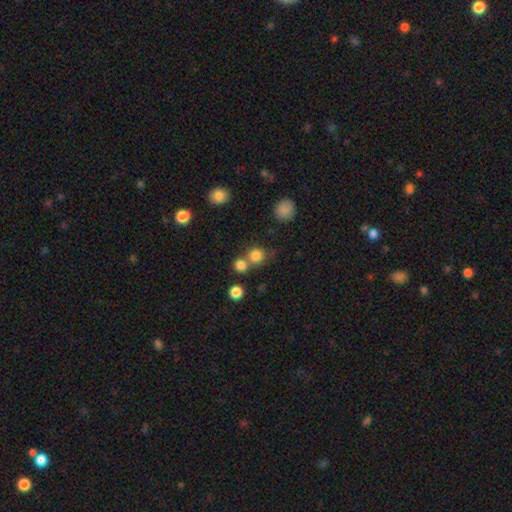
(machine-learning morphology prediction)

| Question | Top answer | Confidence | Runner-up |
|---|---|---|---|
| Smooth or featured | smooth | 80% | star or artifact (13%) |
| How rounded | round | 87% | in between (12%) |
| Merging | none | 56% | merger (34%) |